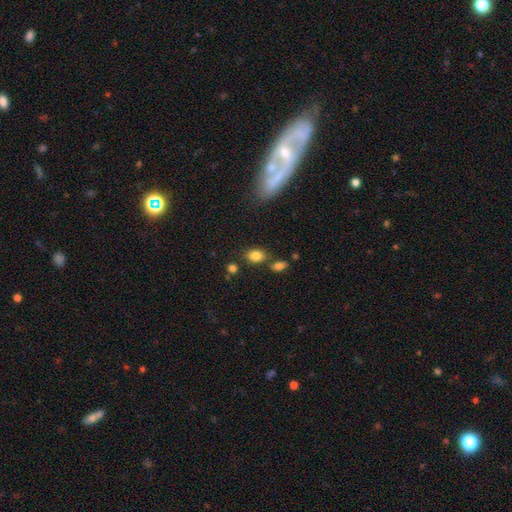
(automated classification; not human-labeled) Smooth or featured? smooth (83%)
How rounded? in between (73%)
Merging? none (70%)